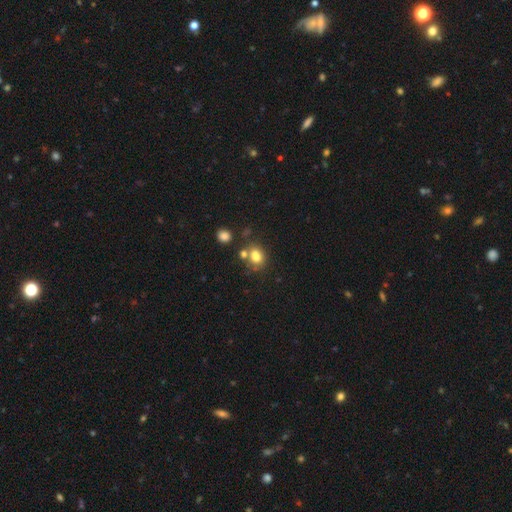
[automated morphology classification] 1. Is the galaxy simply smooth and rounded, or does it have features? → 78% smooth, 13% star or artifact, 9% featured or disk.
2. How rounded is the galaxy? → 55% in between, 43% round, 1% cigar-shaped.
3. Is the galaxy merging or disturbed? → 55% none, 26% merger, 14% minor disturbance, 5% major disturbance.